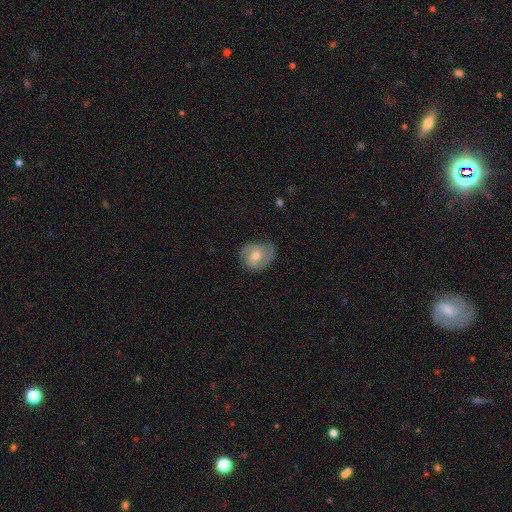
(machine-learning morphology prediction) smooth-or-featured: featured or disk: 75% | smooth: 19% | star or artifact: 6%
  disk-edge-on: no: 97% | yes: 3%
    bar: weak: 45% | no: 41% | strong: 14%
    has-spiral-arms: yes: 93% | no: 7%
      spiral-winding: medium: 46% | tight: 38% | loose: 16%
      spiral-arm-count: 2: 82% | can't tell: 8% | 3: 4% | 1: 3% | 4: 1% | more than 4: 1%
    bulge-size: moderate: 61% | small: 34% | large: 3% | none: 1% | dominant: 1%
  merging: none: 76% | minor disturbance: 18% | major disturbance: 5% | merger: 1%